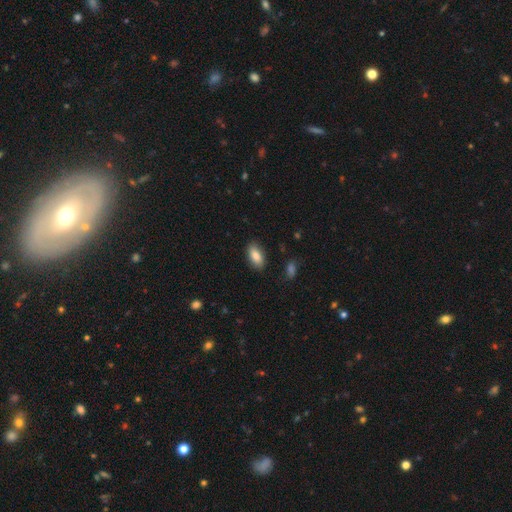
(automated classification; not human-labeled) This appears to be a smooth galaxy with no disk features (85%) that is in between round and cigar-shaped (90%). Merging: none (87%).